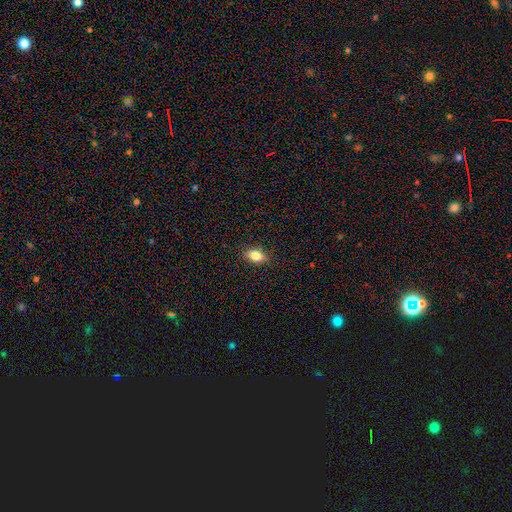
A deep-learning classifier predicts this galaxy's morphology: smooth_or_featured: smooth (p=0.83) [alt: star or artifact p=0.09]
how_rounded: in between (p=0.85) [alt: round p=0.11]
merging: none (p=0.88) [alt: minor disturbance p=0.09]